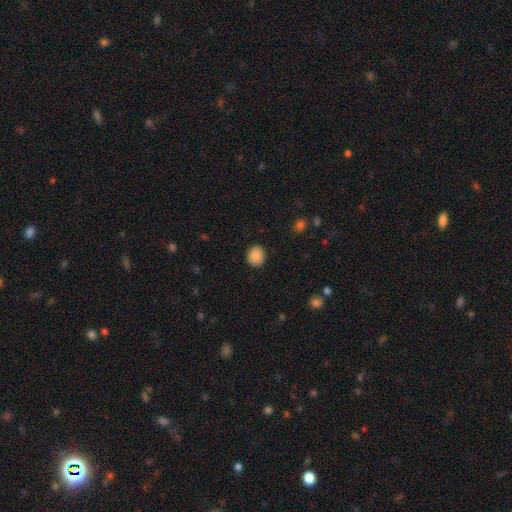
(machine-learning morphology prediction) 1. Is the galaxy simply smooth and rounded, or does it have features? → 88% smooth, 8% star or artifact, 3% featured or disk.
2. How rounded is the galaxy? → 78% round, 21% in between, 1% cigar-shaped.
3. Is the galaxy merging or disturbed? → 90% none, 7% minor disturbance, 2% major disturbance, 1% merger.